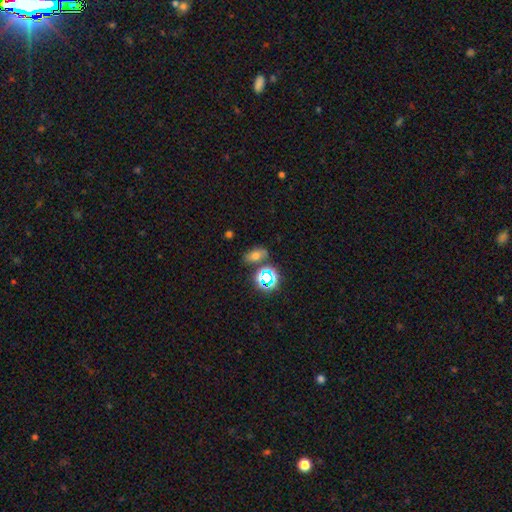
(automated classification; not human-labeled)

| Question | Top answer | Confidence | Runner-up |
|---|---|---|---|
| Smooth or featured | smooth | 58% | star or artifact (29%) |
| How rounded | in between | 79% | round (18%) |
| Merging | none | 68% | minor disturbance (15%) |